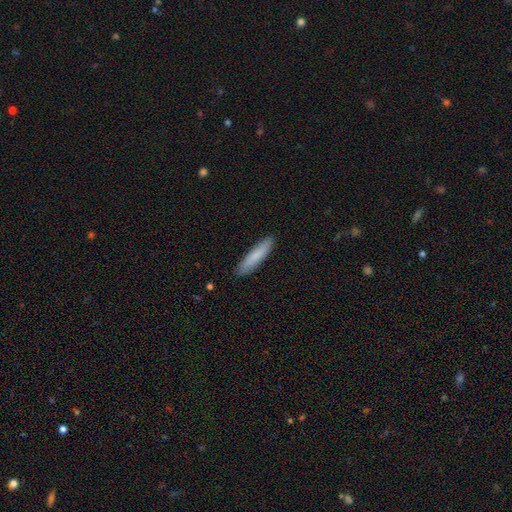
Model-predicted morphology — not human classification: This appears to be a smooth galaxy with no disk features (81%) that is cigar-shaped (85%). Merging: none (89%).